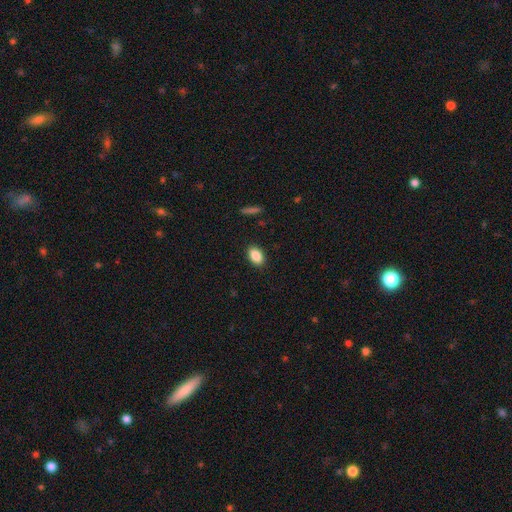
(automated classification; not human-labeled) Morphology: type=smooth (88%); roundness=in between (89%); merging=none (89%).